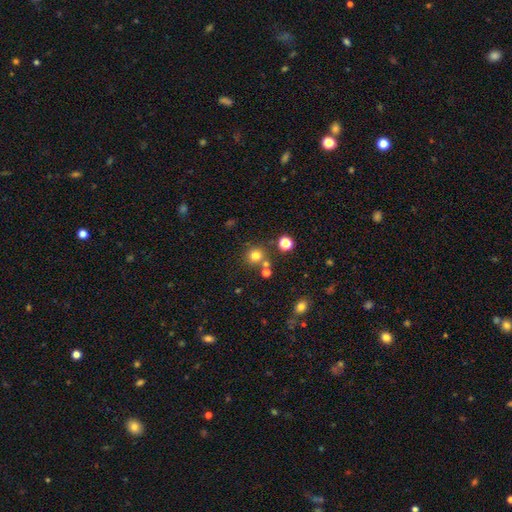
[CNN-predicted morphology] type=smooth (75%); roundness=round (90%); merging=none (71%).